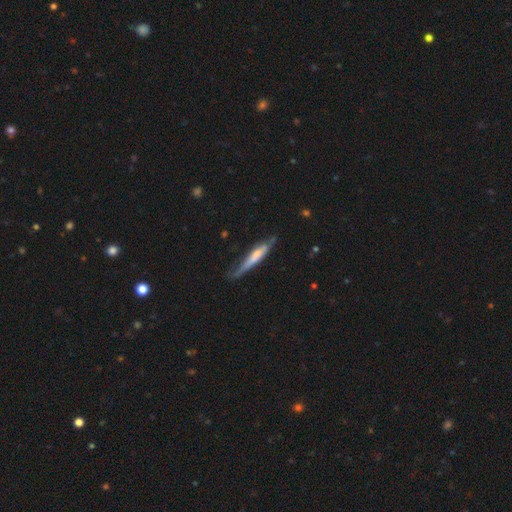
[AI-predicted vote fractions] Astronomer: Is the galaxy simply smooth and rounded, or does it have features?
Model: smooth — 50% (runner-up: featured or disk, 45%).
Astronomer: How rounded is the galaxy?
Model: cigar-shaped — 89%.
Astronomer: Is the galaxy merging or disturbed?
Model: none — 52% (runner-up: minor disturbance, 32%).